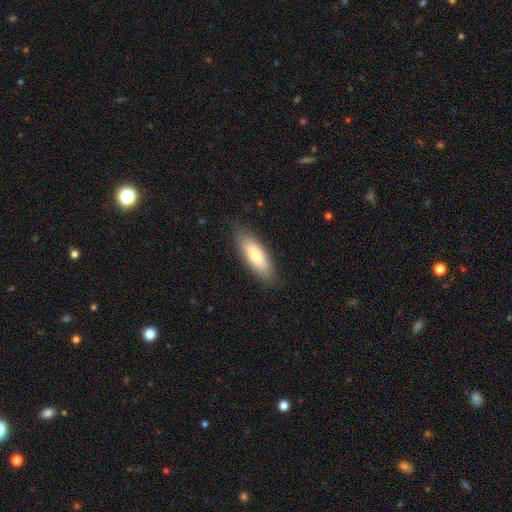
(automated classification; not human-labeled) Smooth or featured? Predicted: smooth (p=0.78). How rounded? Predicted: in between (p=0.65). Merging? Predicted: none (p=0.84).